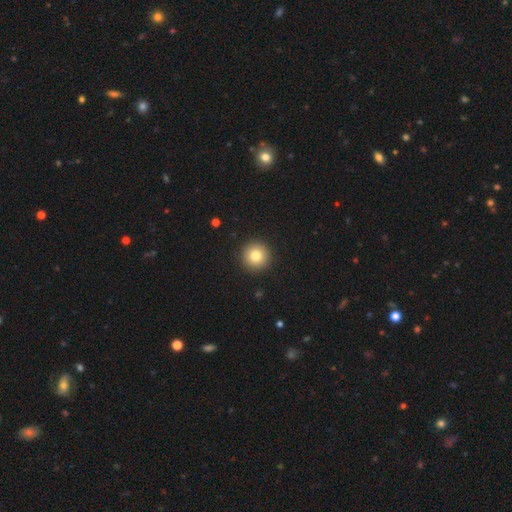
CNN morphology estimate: The model was most divided on "smooth or featured": smooth: 82%, star or artifact: 10%, featured or disk: 8%. More confident: how rounded — round (96%); merging — none (93%).